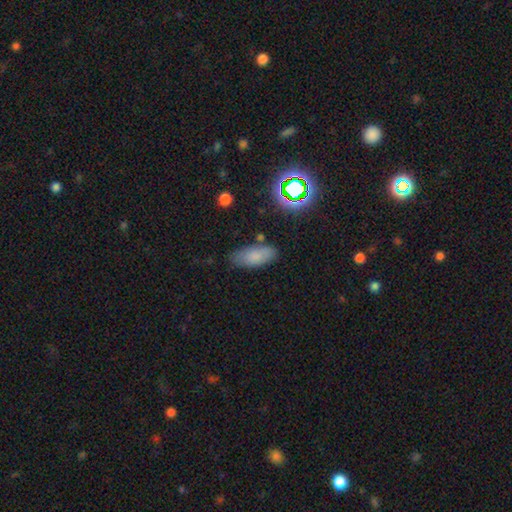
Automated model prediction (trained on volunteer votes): Overall: smooth (76%). How rounded: in between (83%). Merging: none (75%).